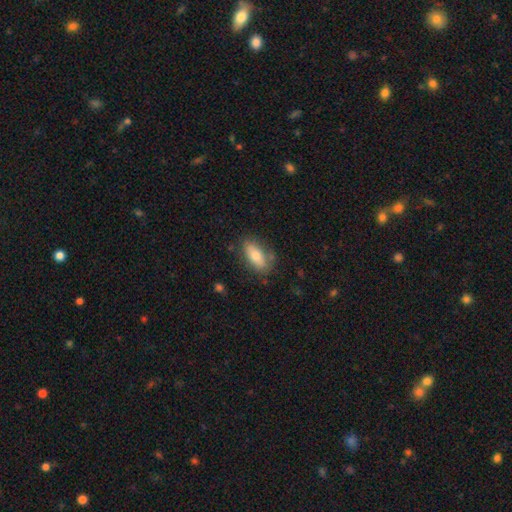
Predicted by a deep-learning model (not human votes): Smooth or featured? smooth (73%)
How rounded? in between (82%)
Merging? none (78%)